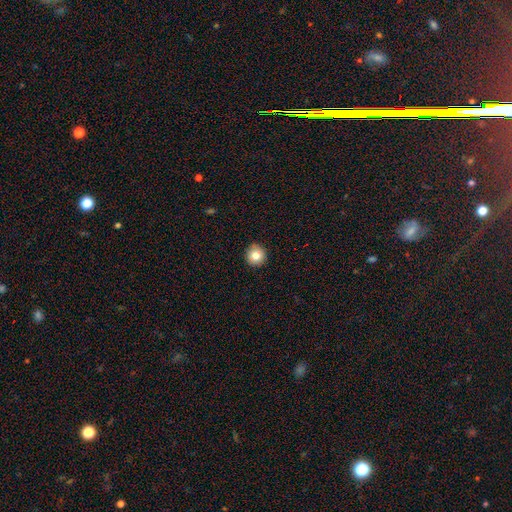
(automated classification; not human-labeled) smooth-or-featured: smooth: 81% | star or artifact: 10% | featured or disk: 9%
  how-rounded: round: 94% | in between: 5% | cigar-shaped: 1%
  merging: none: 91% | minor disturbance: 6% | major disturbance: 2% | merger: 1%